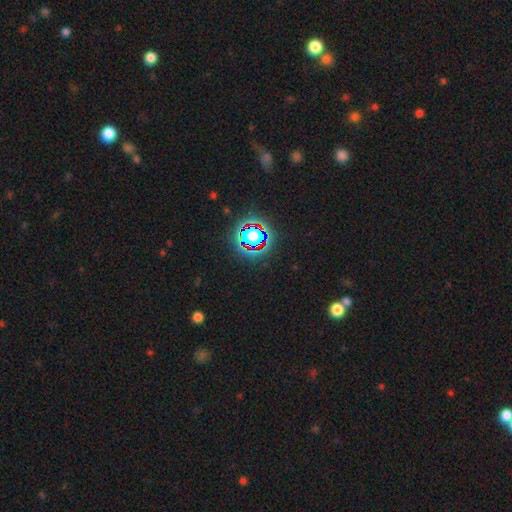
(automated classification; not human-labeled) A star or artifact, not a galaxy (74%).

Vote fractions:
- Smooth or featured? star or artifact: 74% / smooth: 17% / featured or disk: 8%